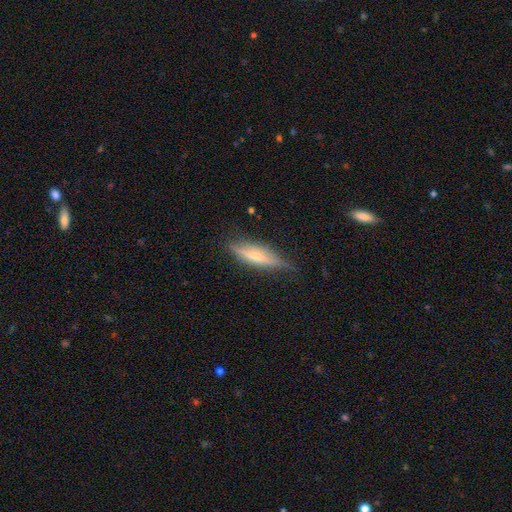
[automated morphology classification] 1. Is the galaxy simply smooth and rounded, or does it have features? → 55% featured or disk, 38% smooth, 7% star or artifact.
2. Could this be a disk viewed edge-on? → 90% yes, 10% no.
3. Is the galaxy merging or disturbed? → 76% none, 19% minor disturbance, 4% major disturbance, 1% merger.